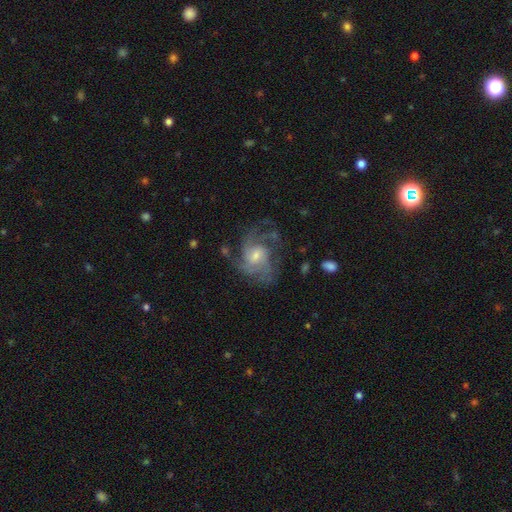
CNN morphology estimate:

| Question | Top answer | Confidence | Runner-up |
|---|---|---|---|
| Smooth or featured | featured or disk | 84% | smooth (9%) |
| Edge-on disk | no | 98% | yes (2%) |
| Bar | no | 60% | weak (35%) |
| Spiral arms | yes | 94% | no (6%) |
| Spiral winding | medium | 48% | tight (35%) |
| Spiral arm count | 3 | 29% | 4 (25%) |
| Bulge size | small | 48% | moderate (44%) |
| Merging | none | 63% | minor disturbance (19%) |